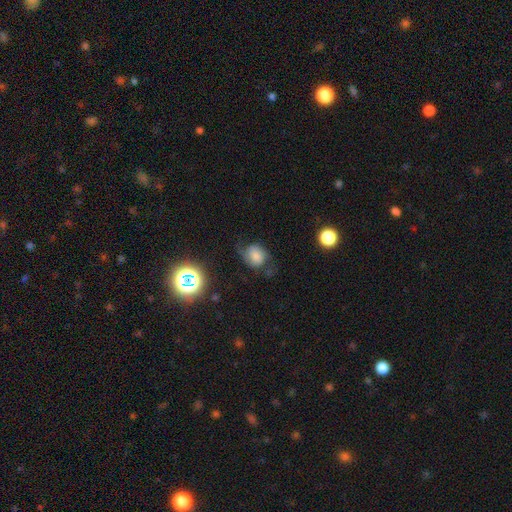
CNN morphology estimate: smooth-or-featured: featured or disk: 44% | smooth: 42% | star or artifact: 14%
  merging: none: 54% | minor disturbance: 25% | major disturbance: 18% | merger: 2%